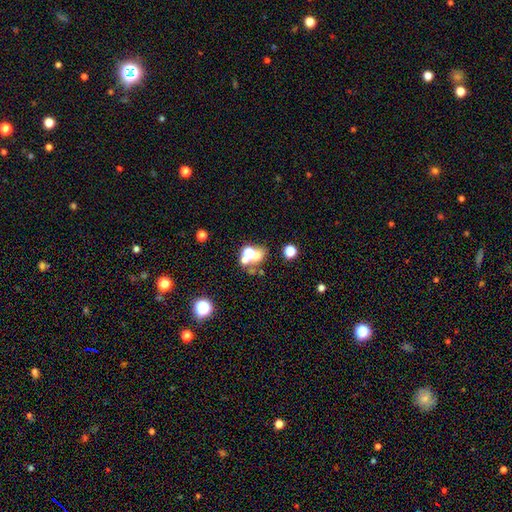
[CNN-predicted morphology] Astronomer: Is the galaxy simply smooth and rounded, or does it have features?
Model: smooth — 50% (runner-up: star or artifact, 29%).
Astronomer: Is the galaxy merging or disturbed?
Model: merger — 43% (runner-up: none, 40%).